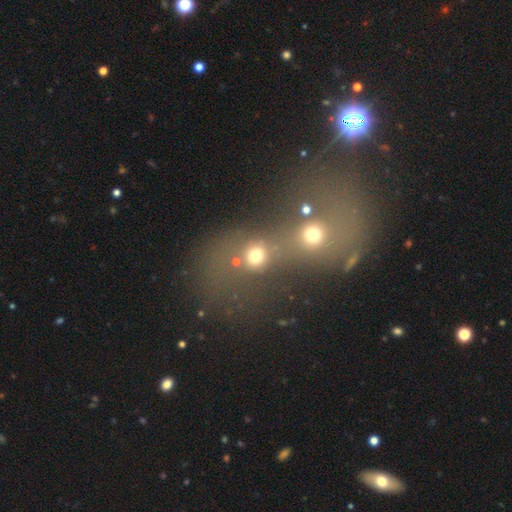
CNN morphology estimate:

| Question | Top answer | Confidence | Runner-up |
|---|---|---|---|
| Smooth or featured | smooth | 69% | star or artifact (19%) |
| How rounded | round | 71% | in between (27%) |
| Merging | merger | 54% | none (31%) |